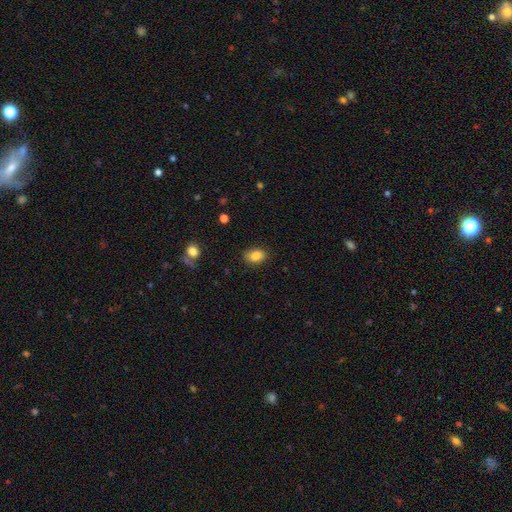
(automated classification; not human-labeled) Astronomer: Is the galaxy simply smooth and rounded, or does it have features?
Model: smooth — 85%.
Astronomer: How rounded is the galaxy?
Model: in between — 76%.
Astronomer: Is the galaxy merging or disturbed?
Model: none — 83%.